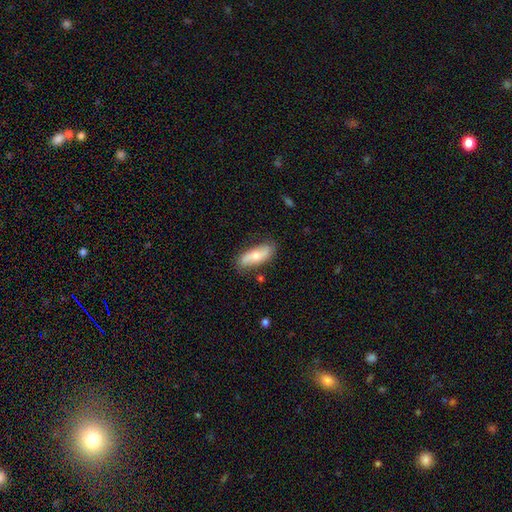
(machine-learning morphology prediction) Smooth or featured? Predicted: smooth (p=0.57). How rounded? Predicted: in between (p=0.71). Merging? Predicted: none (p=0.77).